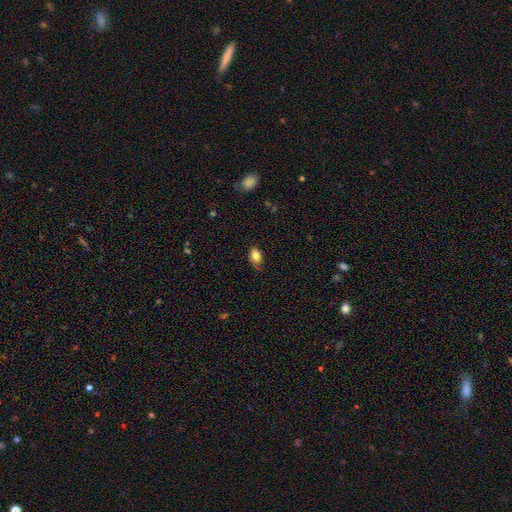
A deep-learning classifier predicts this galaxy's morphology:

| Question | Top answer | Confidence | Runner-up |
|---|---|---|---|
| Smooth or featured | smooth | 84% | star or artifact (9%) |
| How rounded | in between | 85% | round (13%) |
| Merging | none | 73% | minor disturbance (22%) |